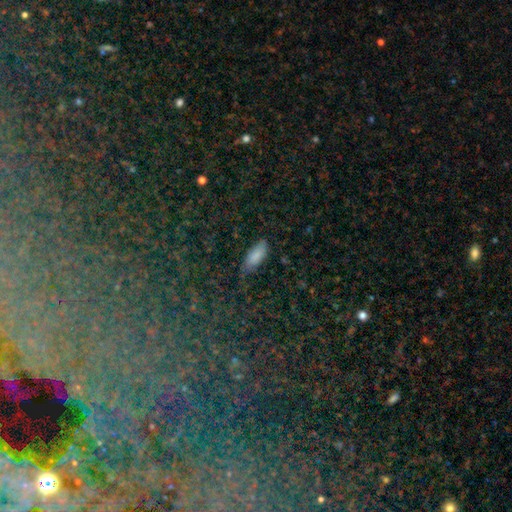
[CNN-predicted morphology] Smooth or featured?
  - smooth: 78% *
  - star or artifact: 12%
  - featured or disk: 10%
How rounded?
  - in between: 77% *
  - cigar-shaped: 20%
  - round: 3%
Merging?
  - none: 67% *
  - minor disturbance: 23%
  - major disturbance: 7%
  - merger: 3%